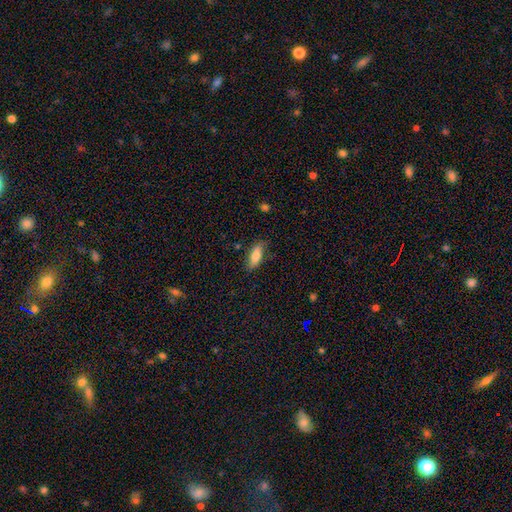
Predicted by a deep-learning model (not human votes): A smooth galaxy with no disk features (78%) that is in between round and cigar-shaped (72%).

Vote fractions:
- Smooth or featured? smooth: 78% / featured or disk: 15% / star or artifact: 7%
- How rounded? in between: 72% / cigar-shaped: 25% / round: 2%
- Merging? none: 75% / minor disturbance: 19% / major disturbance: 4% / merger: 2%